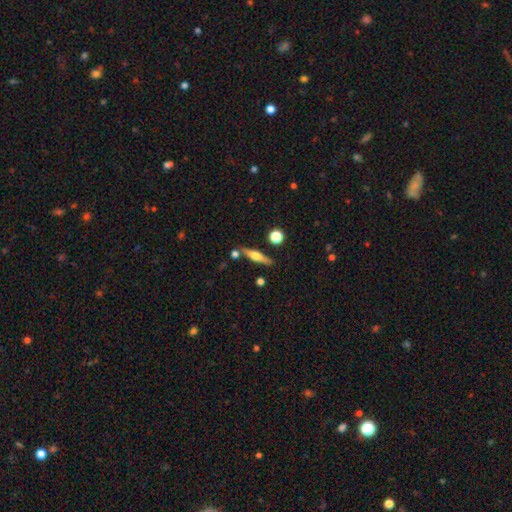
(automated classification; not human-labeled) Overall: featured or disk (56%; smooth 37%). Edge-on disk: yes (95%). Edge-on bulge: rounded (89%). Merging: none (79%).